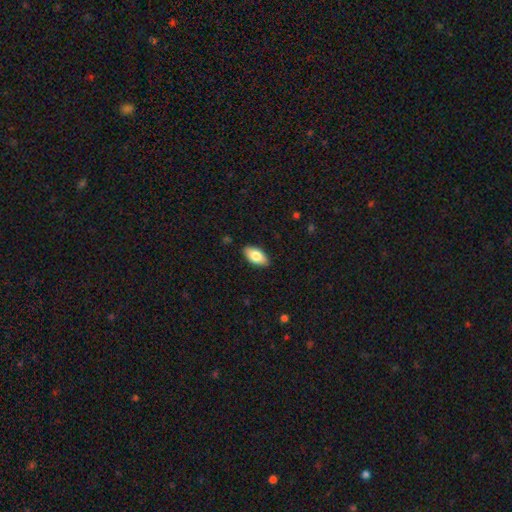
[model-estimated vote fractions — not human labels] A smooth galaxy with no disk features (80%) that is in between round and cigar-shaped (93%).

Vote fractions:
- Smooth or featured? smooth: 80% / featured or disk: 14% / star or artifact: 6%
- How rounded? in between: 93% / cigar-shaped: 4% / round: 3%
- Merging? none: 88% / minor disturbance: 9% / major disturbance: 2% / merger: 1%